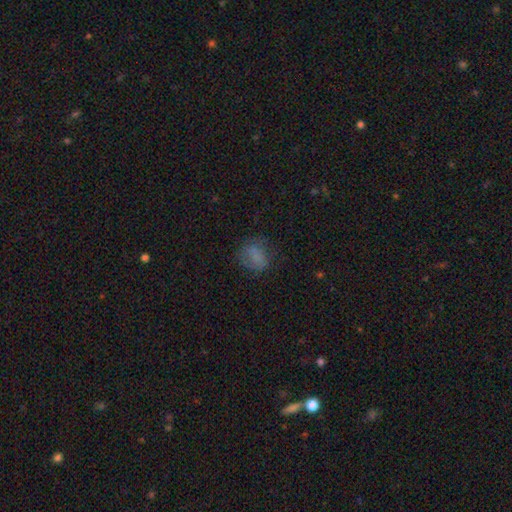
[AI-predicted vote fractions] Overall: smooth (67%). How rounded: round (61%; in between 38%). Merging: none (62%).